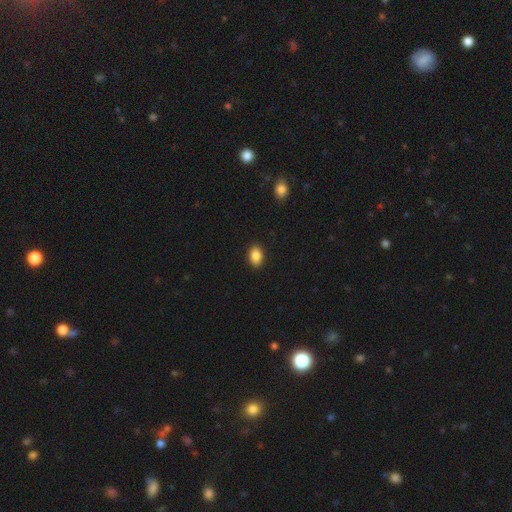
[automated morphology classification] A smooth galaxy with no disk features (88%) that is in between round and cigar-shaped (87%).

Vote fractions:
- Smooth or featured? smooth: 88% / star or artifact: 8% / featured or disk: 4%
- How rounded? in between: 87% / round: 12% / cigar-shaped: 1%
- Merging? none: 90% / minor disturbance: 7% / major disturbance: 2% / merger: 1%